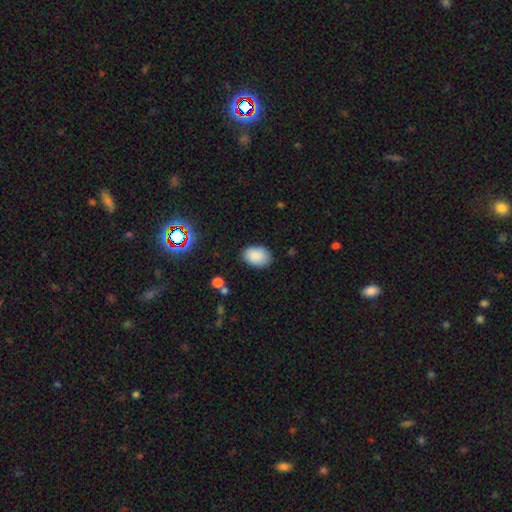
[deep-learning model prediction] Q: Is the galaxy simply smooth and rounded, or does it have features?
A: smooth — 86%.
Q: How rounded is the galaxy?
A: in between — 81%.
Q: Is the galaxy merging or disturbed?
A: none — 81%.